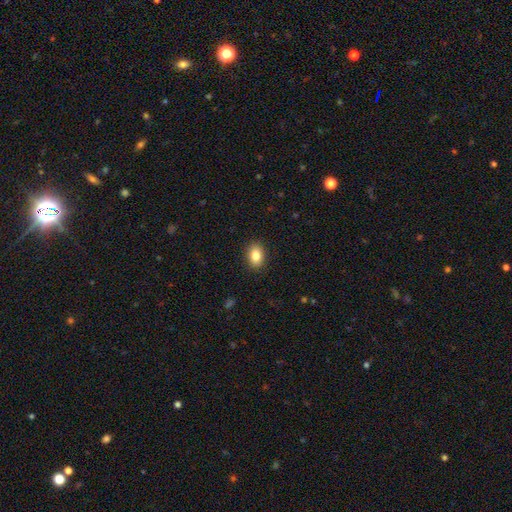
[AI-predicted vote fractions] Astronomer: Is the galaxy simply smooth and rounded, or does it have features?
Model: smooth — 84%.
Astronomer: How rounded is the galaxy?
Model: in between — 80%.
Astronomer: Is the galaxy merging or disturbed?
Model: none — 89%.